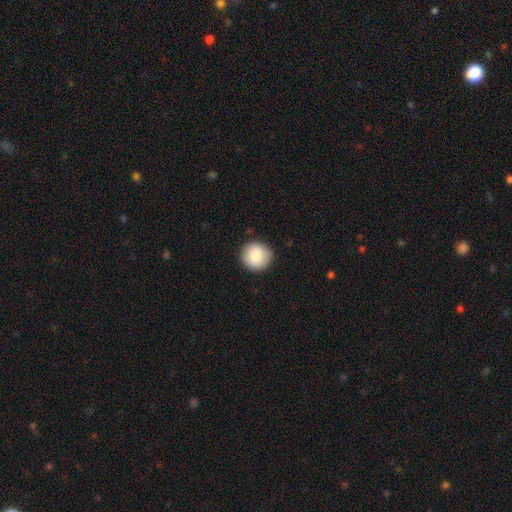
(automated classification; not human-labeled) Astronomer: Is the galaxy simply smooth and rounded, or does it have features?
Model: smooth — 85%.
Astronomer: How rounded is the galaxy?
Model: round — 93%.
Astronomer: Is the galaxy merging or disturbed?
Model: none — 90%.